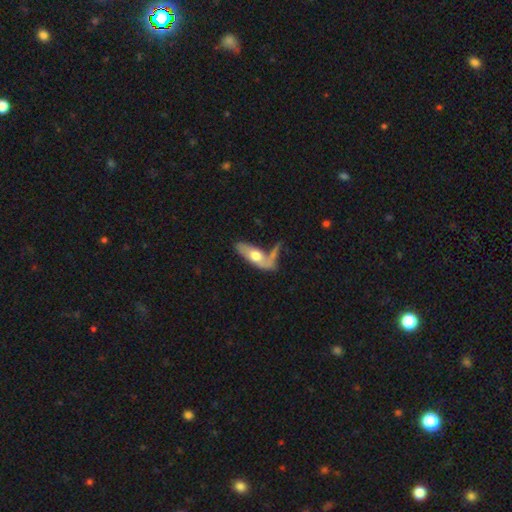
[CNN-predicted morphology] This is possibly a smooth galaxy (49%). Merging: marginally none (36%).